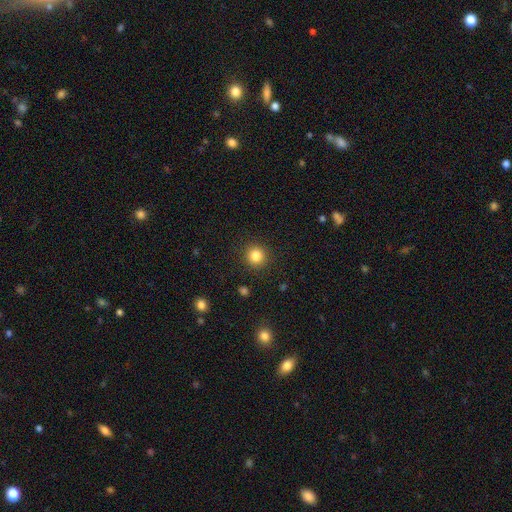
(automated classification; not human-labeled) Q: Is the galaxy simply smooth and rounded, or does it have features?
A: smooth — 83%.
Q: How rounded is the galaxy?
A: round — 93%.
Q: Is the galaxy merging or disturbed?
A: none — 91%.